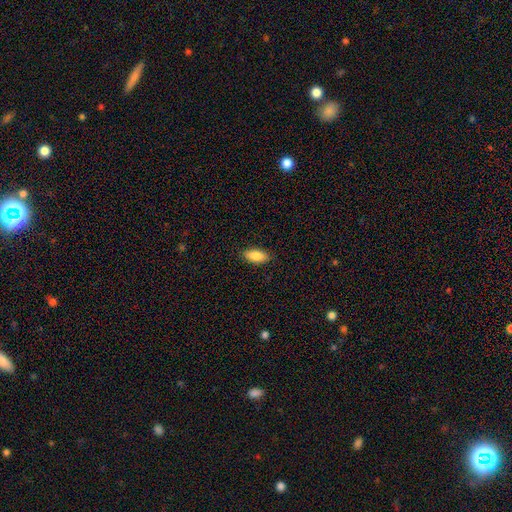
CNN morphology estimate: type=smooth (85%); roundness=in between (84%); merging=none (88%).